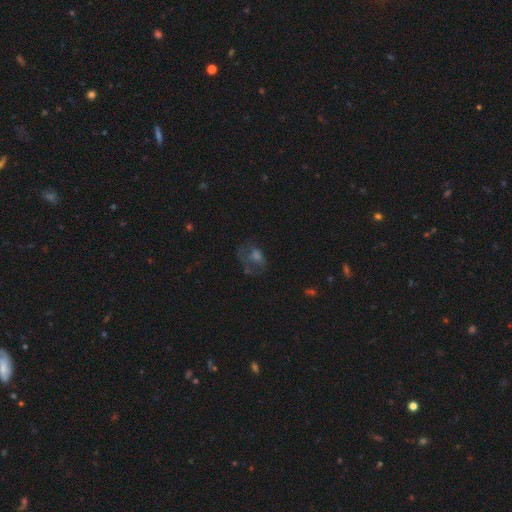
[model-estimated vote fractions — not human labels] Q: Smooth or featured?
A: featured or disk (40%); runner-up: smooth (36%)
Q: Merging?
A: none (44%); runner-up: major disturbance (33%)